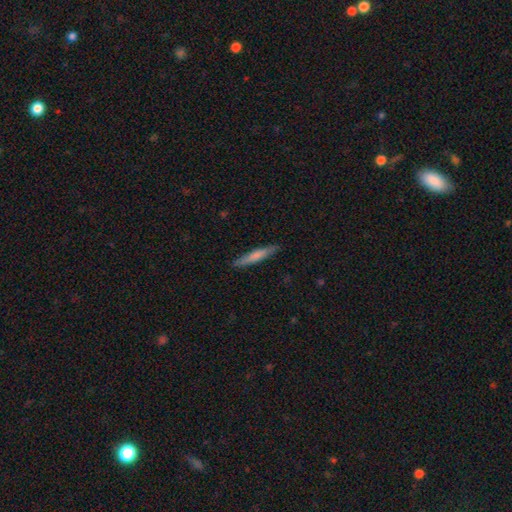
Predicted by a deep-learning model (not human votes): Smooth or featured: smooth — 64% (featured or disk — 30%)
How rounded: cigar-shaped — 94% (in between — 5%)
Merging: none — 89% (minor disturbance — 8%)